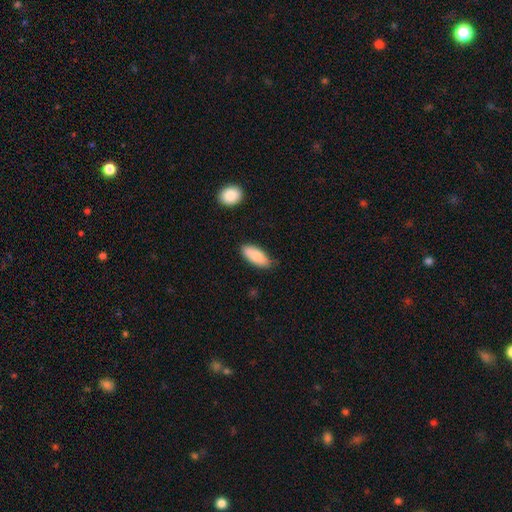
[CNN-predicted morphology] A smooth galaxy with no disk features (86%) that is in between round and cigar-shaped (83%). Merging: none (73%).